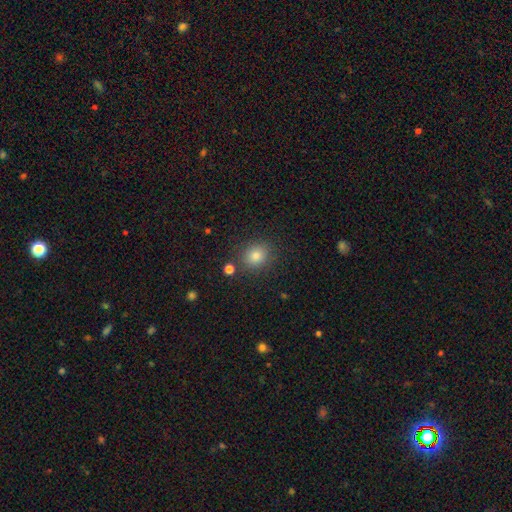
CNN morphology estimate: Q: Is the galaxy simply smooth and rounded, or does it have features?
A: smooth — 80%.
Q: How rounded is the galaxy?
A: round — 76%.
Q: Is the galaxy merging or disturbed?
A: none — 85%.